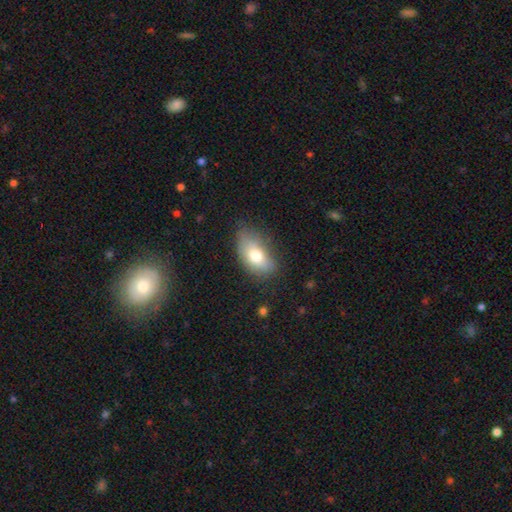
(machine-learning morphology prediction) Smooth or featured?
  - smooth: 75% *
  - featured or disk: 17%
  - star or artifact: 8%
How rounded?
  - in between: 91% *
  - round: 6%
  - cigar-shaped: 3%
Merging?
  - none: 53% *
  - minor disturbance: 33%
  - major disturbance: 12%
  - merger: 2%